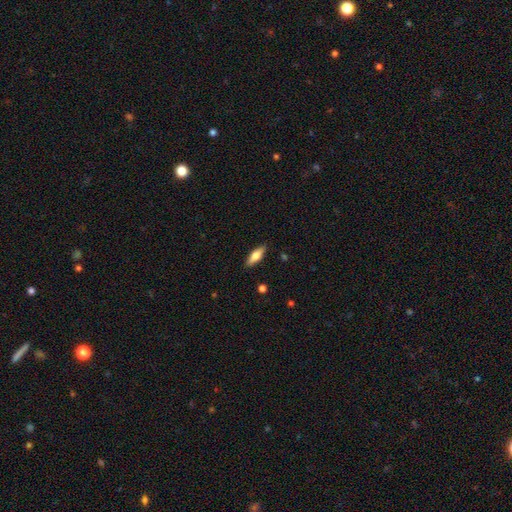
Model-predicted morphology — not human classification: The model was most divided on "how rounded": in between: 56%, cigar-shaped: 42%, round: 2%. More confident: merging — none (88%); smooth or featured — smooth (66%).